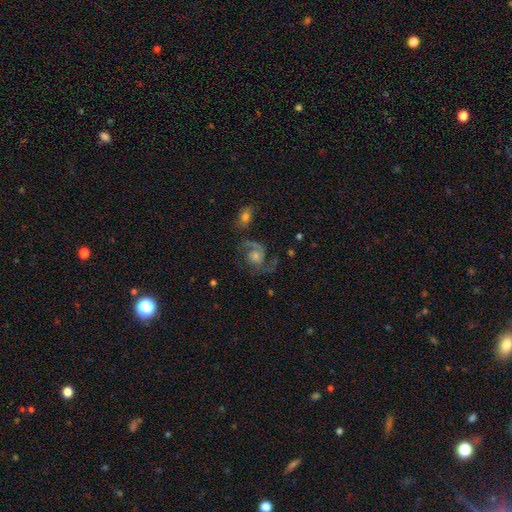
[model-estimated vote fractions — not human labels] smooth-or-featured: featured or disk: 84% | star or artifact: 9% | smooth: 7%
  disk-edge-on: no: 98% | yes: 2%
    bar: no: 66% | weak: 28% | strong: 6%
    has-spiral-arms: yes: 97% | no: 3%
      spiral-winding: medium: 56% | loose: 27% | tight: 18%
      spiral-arm-count: 2: 90% | 1: 3% | can't tell: 3% | 3: 2% | 4: 1% | more than 4: 1%
    bulge-size: moderate: 46% | small: 31% | large: 12% | none: 8% | dominant: 2%
  merging: none: 68% | minor disturbance: 15% | major disturbance: 12% | merger: 6%